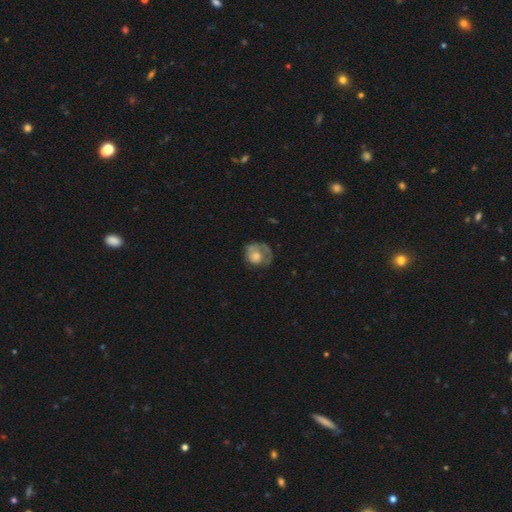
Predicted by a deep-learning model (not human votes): A smooth galaxy with no disk features (53%) that is round (68%). Merging: none (41%).